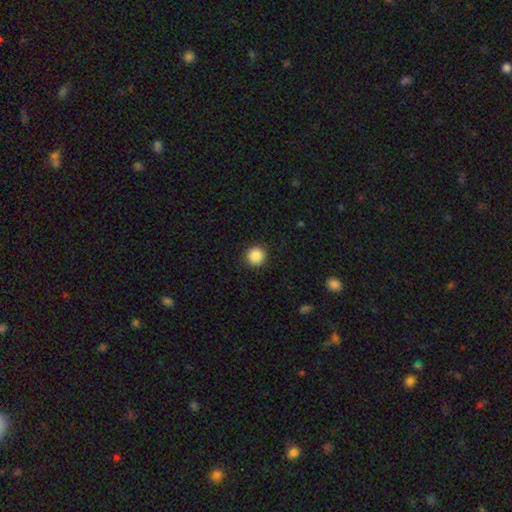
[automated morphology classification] Smooth or featured? Predicted: smooth (p=0.88). How rounded? Predicted: round (p=0.94). Merging? Predicted: none (p=0.92).